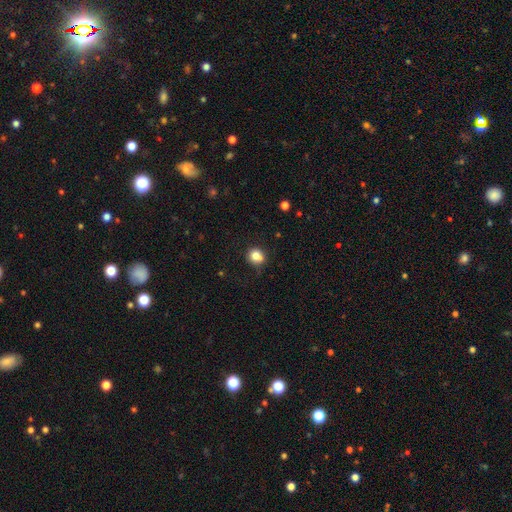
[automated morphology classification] Smooth or featured?
  - smooth: 80% *
  - star or artifact: 11%
  - featured or disk: 8%
How rounded?
  - round: 80% *
  - in between: 20%
  - cigar-shaped: 1%
Merging?
  - none: 70% *
  - minor disturbance: 18%
  - merger: 8%
  - major disturbance: 4%